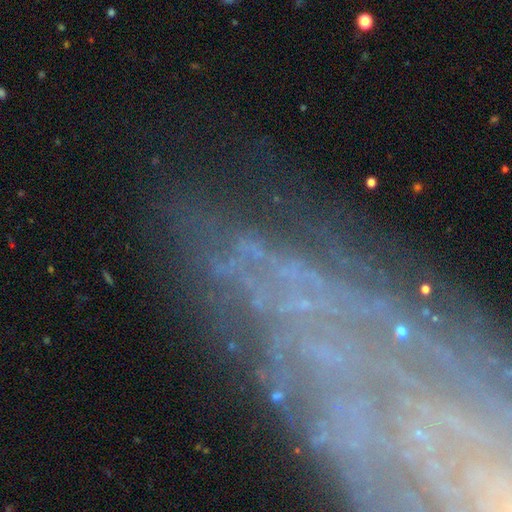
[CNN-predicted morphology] Smooth or featured: featured or disk — 58% (star or artifact — 28%)
Edge-on disk: no — 88% (yes — 12%)
Bar: no — 66% (weak — 20%)
Spiral arms: yes — 68% (no — 32%)
Bulge size: small — 47% (none — 27%)
Merging: none — 61% (minor disturbance — 18%)